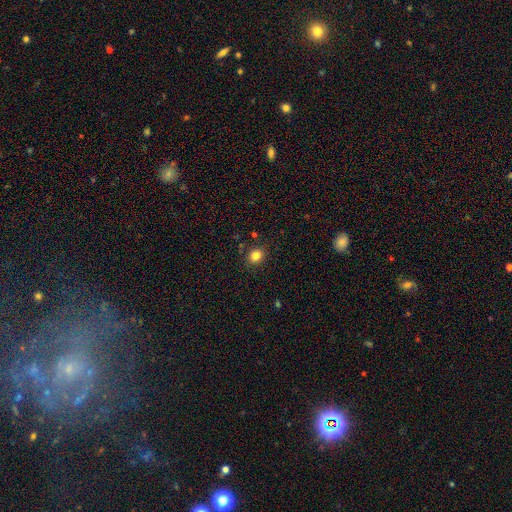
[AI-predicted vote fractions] This appears to be a smooth galaxy with no disk features (82%) that is round (75%). Merging: none (88%).